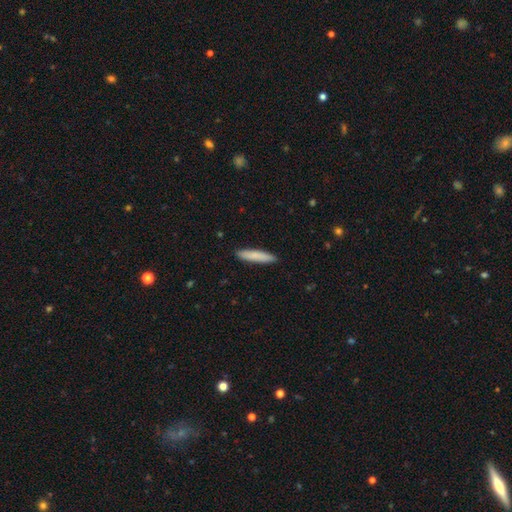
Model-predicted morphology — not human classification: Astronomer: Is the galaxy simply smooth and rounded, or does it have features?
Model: smooth — 83%.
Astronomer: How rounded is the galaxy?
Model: cigar-shaped — 87%.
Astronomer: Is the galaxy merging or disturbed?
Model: none — 91%.